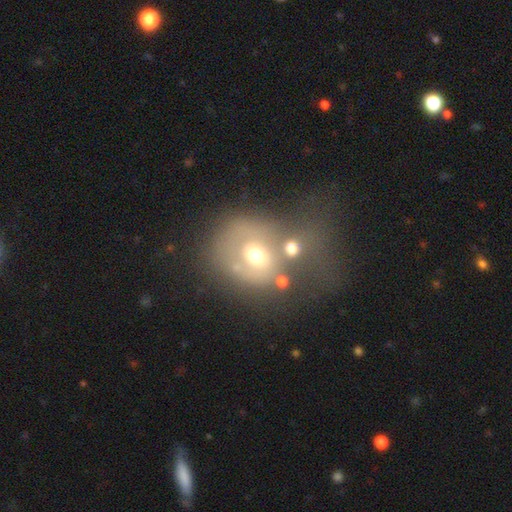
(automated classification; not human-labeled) Smooth or featured: smooth — 45% (featured or disk — 42%)
Merging: merger — 38% (none — 25%)